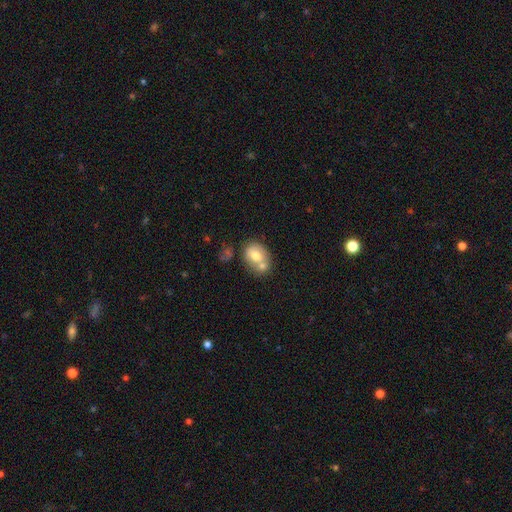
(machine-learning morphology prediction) The model was most divided on "how rounded": in between: 57%, round: 42%, cigar-shaped: 1%. More confident: smooth or featured — smooth (67%); merging — merger (52%).